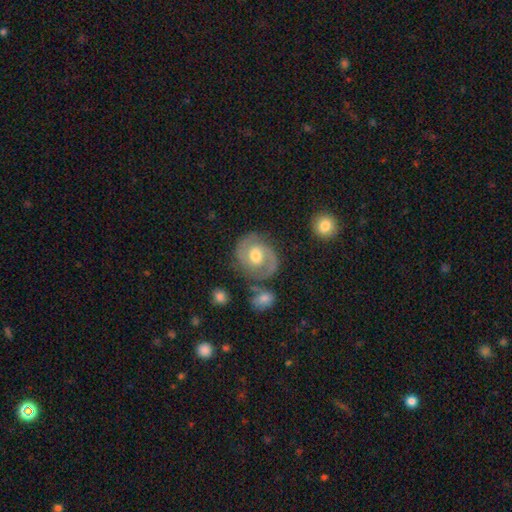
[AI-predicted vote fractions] This appears to be a featured or disk galaxy (76%) with no bar (51%), 2 (87%) medium (48%) spiral arms (90%) and a moderate central bulge (74%). Merging: none (73%).